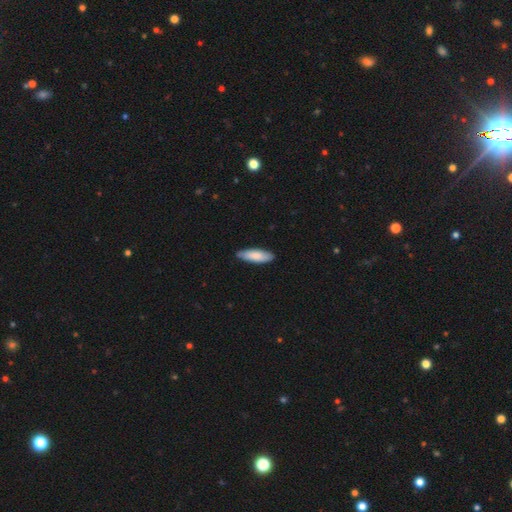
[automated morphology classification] type=smooth (81%); roundness=in between (55%); merging=none (85%).